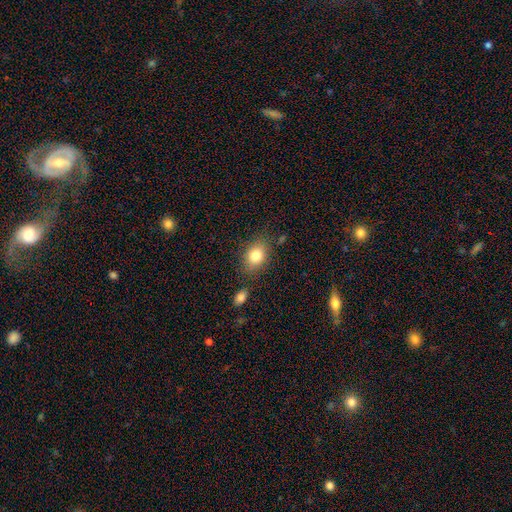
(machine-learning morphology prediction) smooth 81%, featured or disk 10%, star or artifact 9%. Down the decision tree: how rounded — in between (71%); merging — none (78%).